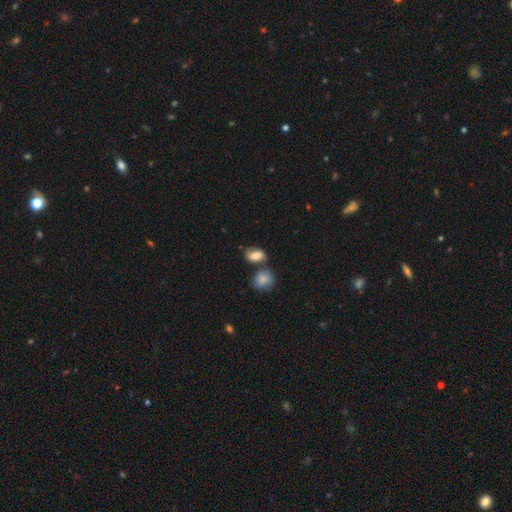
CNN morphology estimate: smooth_or_featured: smooth (p=0.73) [alt: featured or disk p=0.18]
how_rounded: in between (p=0.80) [alt: round p=0.18]
merging: none (p=0.48) [alt: merger p=0.23]